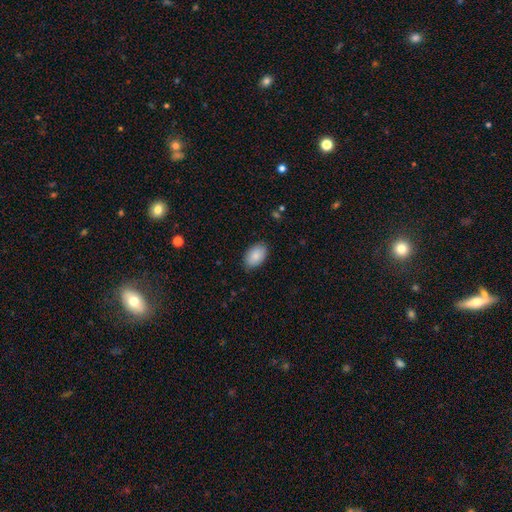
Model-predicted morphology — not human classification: A smooth galaxy with no disk features (88%) that is in between round and cigar-shaped (92%).

Vote fractions:
- Smooth or featured? smooth: 88% / featured or disk: 6% / star or artifact: 6%
- How rounded? in between: 92% / round: 7% / cigar-shaped: 1%
- Merging? none: 85% / minor disturbance: 12% / major disturbance: 2% / merger: 1%